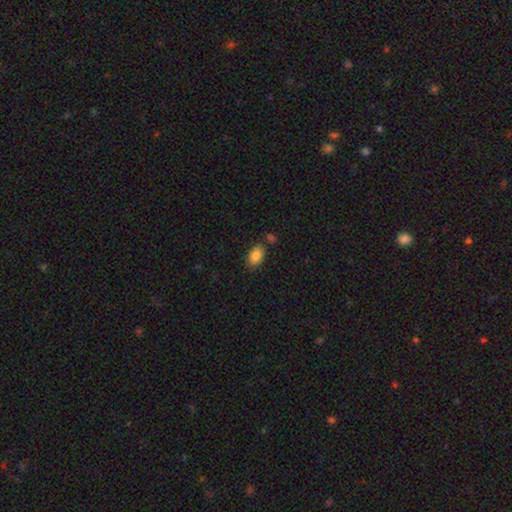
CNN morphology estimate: This appears to be a smooth galaxy with no disk features (86%) that is in between round and cigar-shaped (89%). Merging: none (77%).